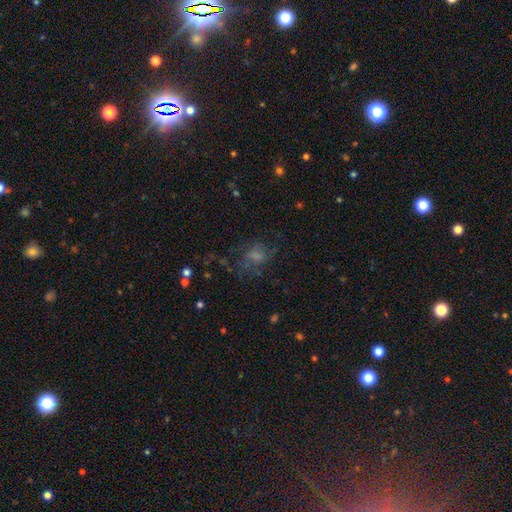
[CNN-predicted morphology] smooth-or-featured: smooth: 47% | featured or disk: 31% | star or artifact: 22%
  merging: none: 48% | major disturbance: 29% | minor disturbance: 20% | merger: 3%